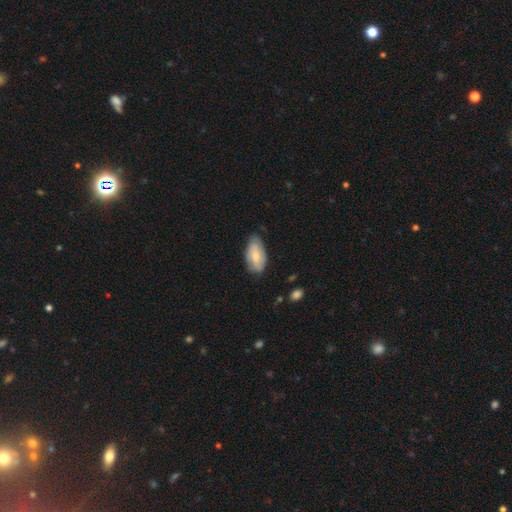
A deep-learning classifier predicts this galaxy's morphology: smooth_or_featured: smooth (p=0.66) [alt: featured or disk p=0.28]
how_rounded: in between (p=0.93) [alt: cigar-shaped p=0.04]
merging: none (p=0.65) [alt: minor disturbance p=0.28]